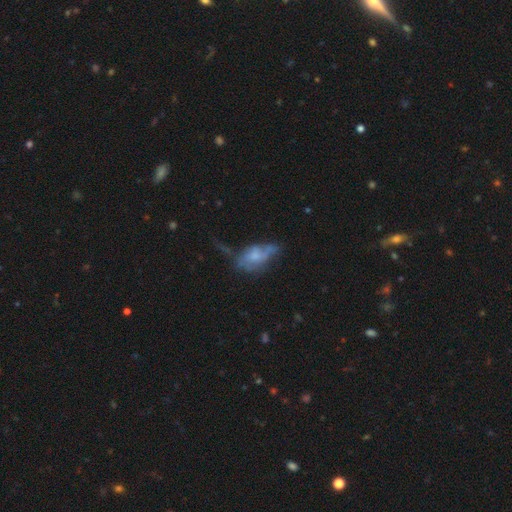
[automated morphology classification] featured or disk 47%, smooth 43%, star or artifact 10%. Down the decision tree: merging — none (32%).